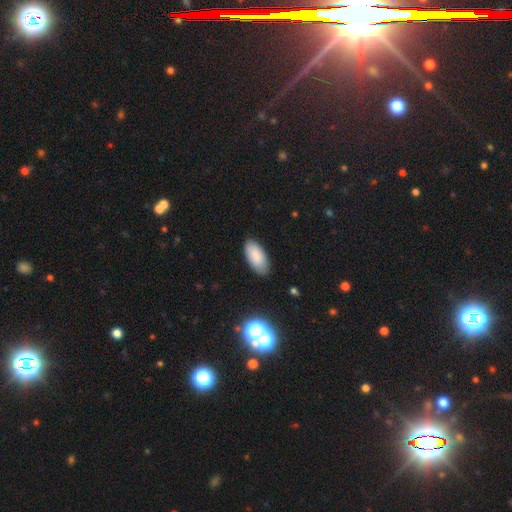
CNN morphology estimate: A smooth galaxy with no disk features (85%) that is in between round and cigar-shaped (92%). Merging: none (85%).